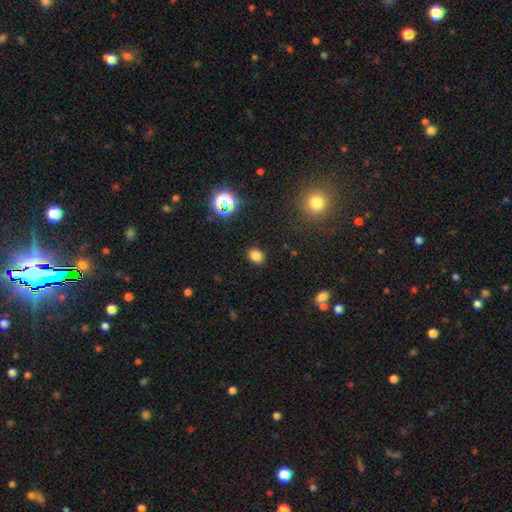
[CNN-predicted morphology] Smooth or featured?
  - smooth: 79% *
  - star or artifact: 16%
  - featured or disk: 5%
How rounded?
  - round: 52% *
  - in between: 47%
  - cigar-shaped: 1%
Merging?
  - none: 88% *
  - minor disturbance: 8%
  - major disturbance: 3%
  - merger: 1%